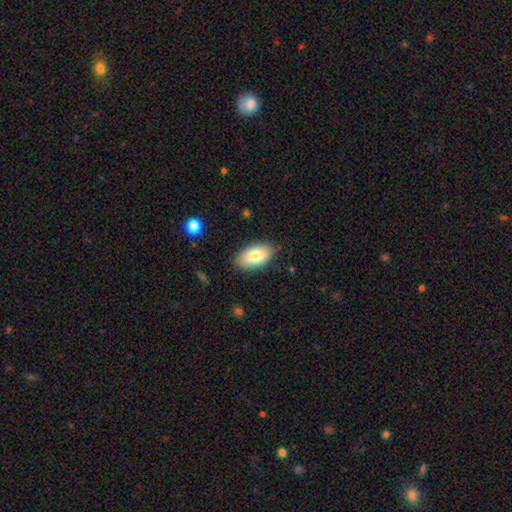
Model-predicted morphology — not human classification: A smooth galaxy with no disk features (79%) that is in between round and cigar-shaped (94%).

Vote fractions:
- Smooth or featured? smooth: 79% / featured or disk: 14% / star or artifact: 7%
- How rounded? in between: 94% / round: 3% / cigar-shaped: 2%
- Merging? none: 84% / minor disturbance: 13% / major disturbance: 3% / merger: 1%